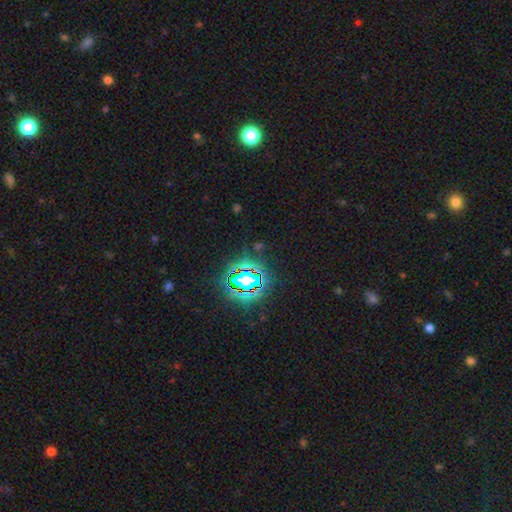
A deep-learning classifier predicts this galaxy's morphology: type=star or artifact (81%).